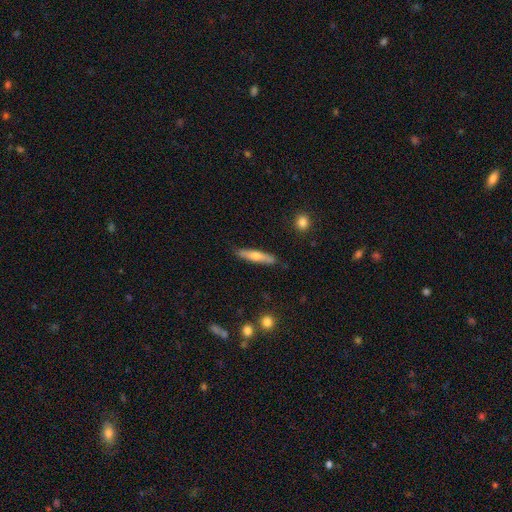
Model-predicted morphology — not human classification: Smooth or featured? smooth (51%)
How rounded? cigar-shaped (87%)
Merging? none (86%)